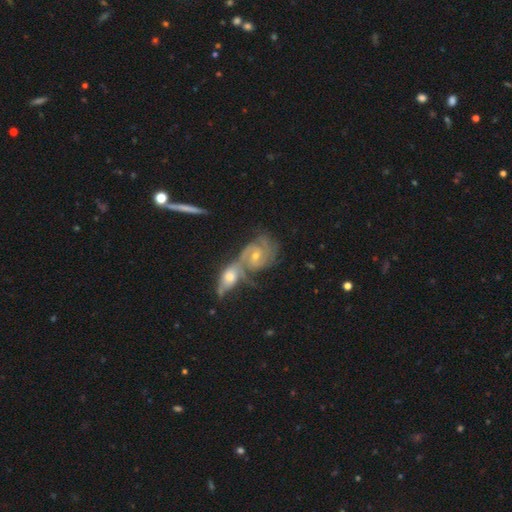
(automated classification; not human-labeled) featured or disk 86%, smooth 8%, star or artifact 6%. Down the decision tree: edge-on disk — no (95%); bar — no (58%); spiral arms — yes (96%); spiral arm count — 2 (46%); spiral winding — tight (55%); bulge size — small (50%); merging — merger (57%).